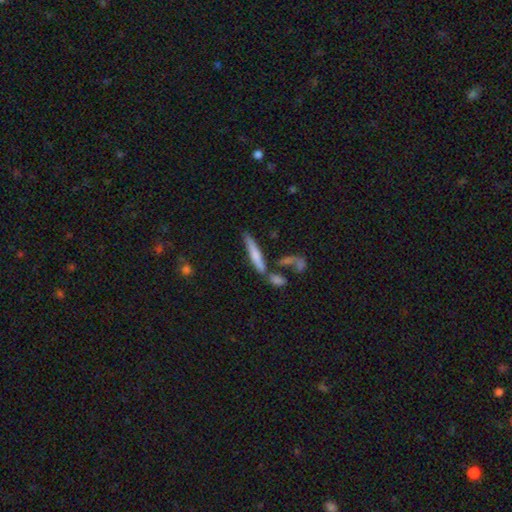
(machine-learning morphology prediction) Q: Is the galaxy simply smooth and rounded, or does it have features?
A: smooth — 61%.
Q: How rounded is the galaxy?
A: cigar-shaped — 88%.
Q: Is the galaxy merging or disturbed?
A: none — 62%.